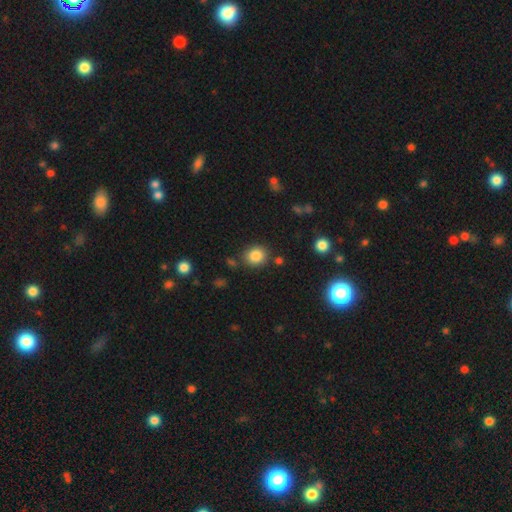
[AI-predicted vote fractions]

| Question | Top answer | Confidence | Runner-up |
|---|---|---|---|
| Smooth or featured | smooth | 84% | star or artifact (10%) |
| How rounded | round | 76% | in between (23%) |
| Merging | none | 82% | minor disturbance (10%) |